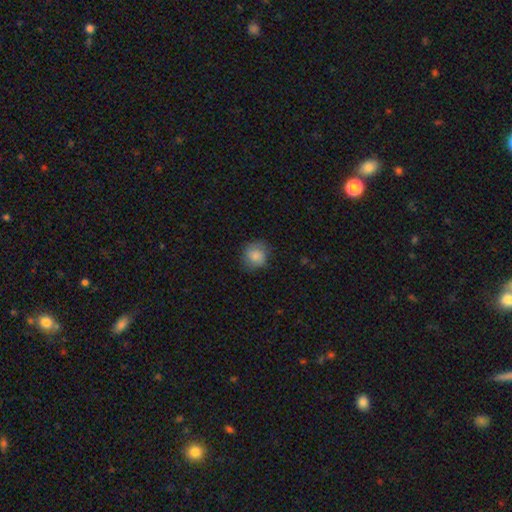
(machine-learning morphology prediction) smooth-or-featured: smooth: 79% | featured or disk: 14% | star or artifact: 8%
  how-rounded: round: 83% | in between: 16% | cigar-shaped: 1%
  merging: none: 72% | minor disturbance: 20% | major disturbance: 6% | merger: 1%